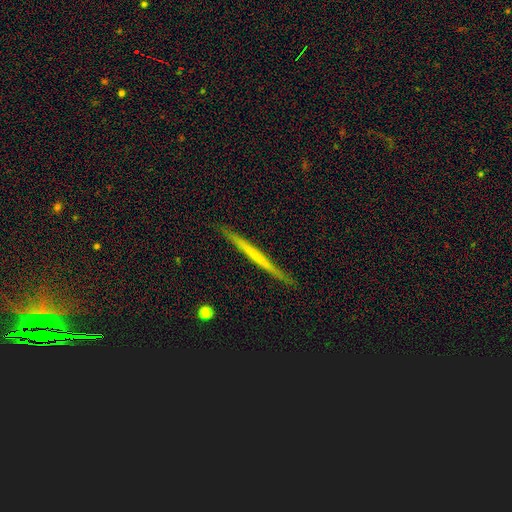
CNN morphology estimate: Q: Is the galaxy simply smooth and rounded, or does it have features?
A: featured or disk — 54%.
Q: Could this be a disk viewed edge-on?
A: yes — 97%.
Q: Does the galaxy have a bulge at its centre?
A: none — 88%.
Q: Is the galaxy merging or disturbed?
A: none — 91%.